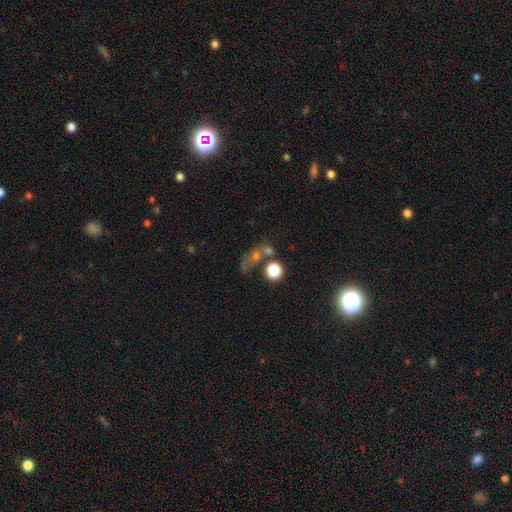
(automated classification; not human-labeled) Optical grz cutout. It shows a smooth galaxy with no disk features (46%). Merging: none (41%).